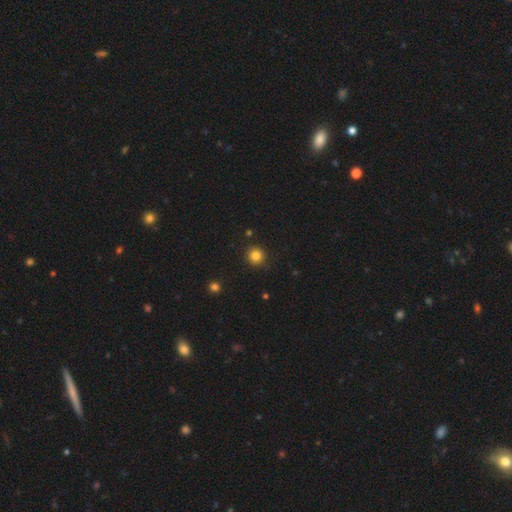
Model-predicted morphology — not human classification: type=smooth (83%); roundness=round (93%); merging=none (90%).